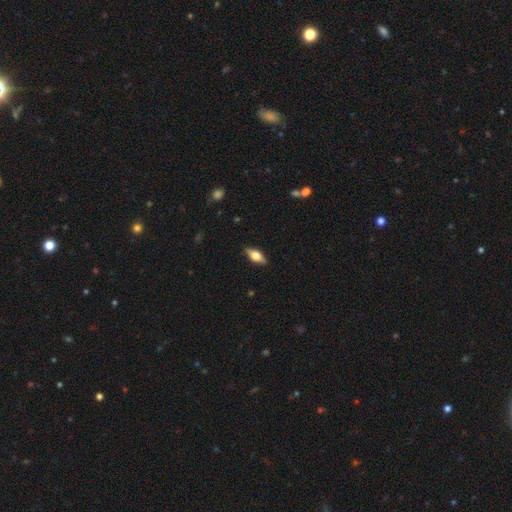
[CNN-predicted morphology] Smooth or featured?
  - smooth: 52% *
  - featured or disk: 42%
  - star or artifact: 7%
How rounded?
  - in between: 76% *
  - cigar-shaped: 20%
  - round: 4%
Merging?
  - none: 87% *
  - minor disturbance: 10%
  - major disturbance: 2%
  - merger: 1%